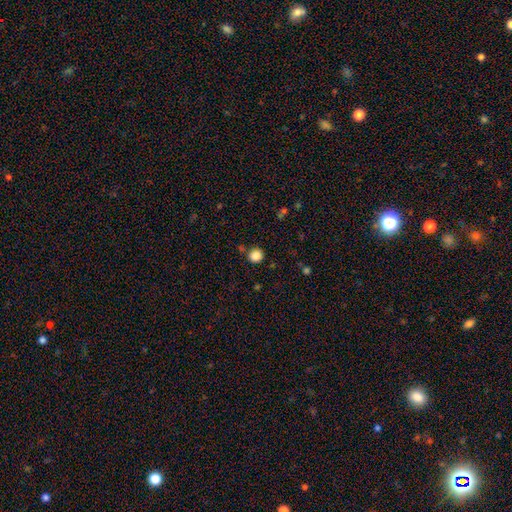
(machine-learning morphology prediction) Smooth or featured? Predicted: smooth (p=0.86). How rounded? Predicted: round (p=0.91). Merging? Predicted: none (p=0.87).